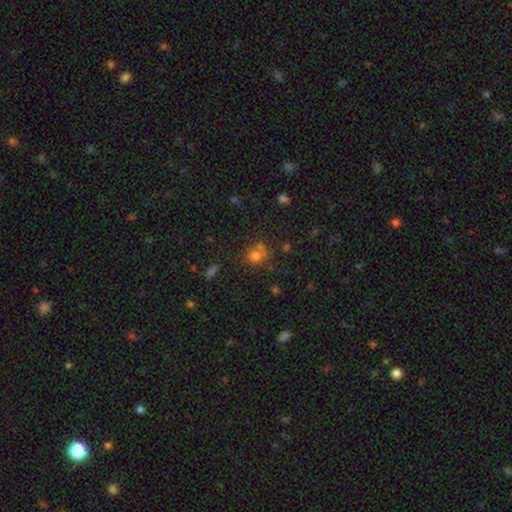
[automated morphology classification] smooth_or_featured: smooth (p=0.68) [alt: star or artifact p=0.20]
how_rounded: round (p=0.75) [alt: in between p=0.23]
merging: none (p=0.51) [alt: merger p=0.26]